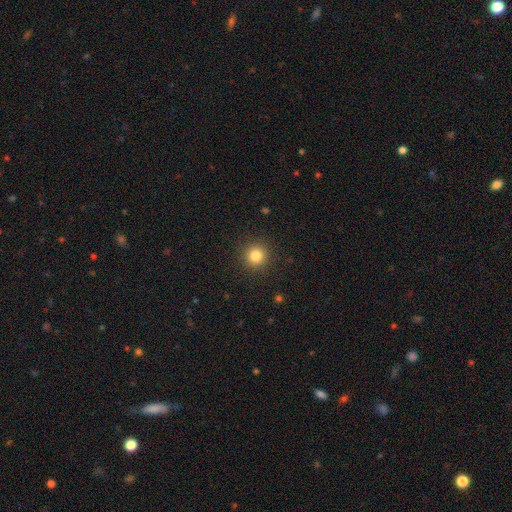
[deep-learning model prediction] smooth-or-featured: smooth: 83% | star or artifact: 12% | featured or disk: 5%
  how-rounded: round: 94% | in between: 5% | cigar-shaped: 1%
  merging: none: 91% | minor disturbance: 6% | major disturbance: 2% | merger: 1%